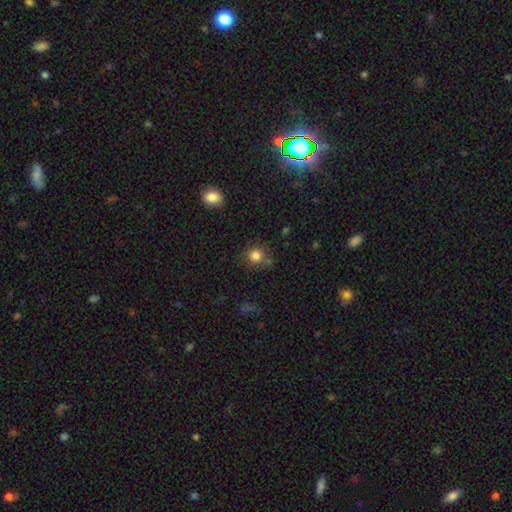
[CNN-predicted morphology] smooth 82%, star or artifact 12%, featured or disk 6%. Down the decision tree: how rounded — round (86%); merging — none (72%).